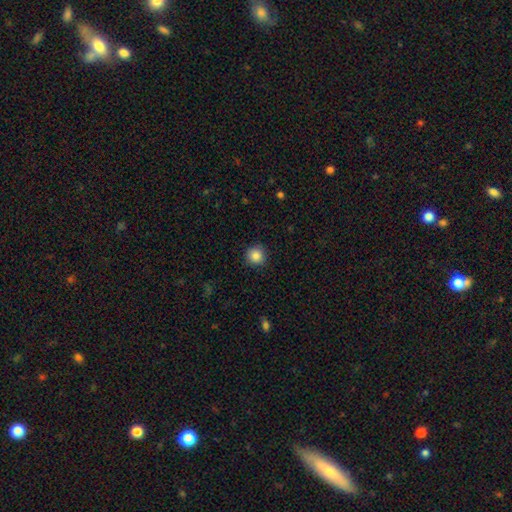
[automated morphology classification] Smooth or featured?
  - smooth: 87% *
  - star or artifact: 10%
  - featured or disk: 4%
How rounded?
  - round: 94% *
  - in between: 6%
  - cigar-shaped: 1%
Merging?
  - none: 89% *
  - minor disturbance: 7%
  - major disturbance: 2%
  - merger: 1%